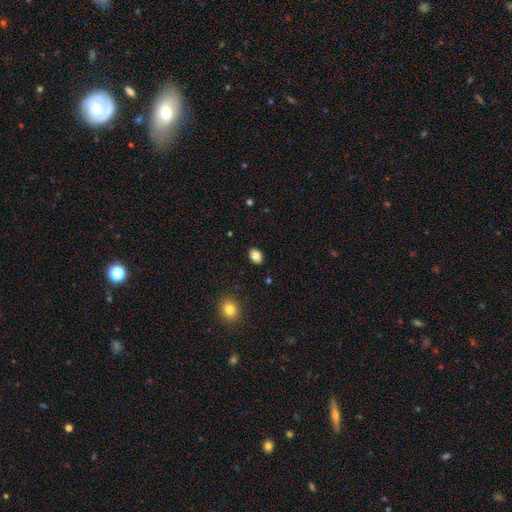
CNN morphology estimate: Smooth or featured? smooth (85%)
How rounded? in between (78%)
Merging? none (88%)